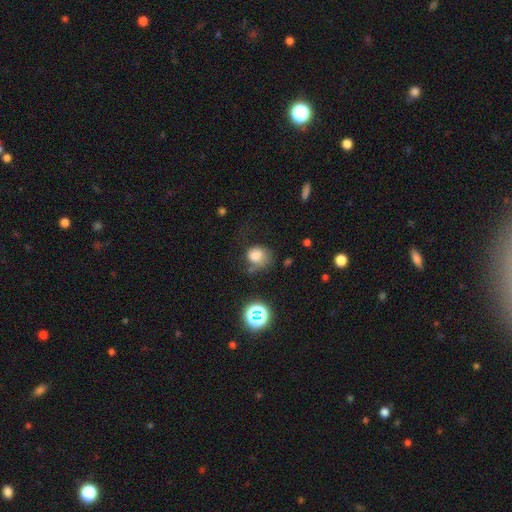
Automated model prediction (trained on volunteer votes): Morphology: type=smooth (74%); roundness=round (68%); merging=none (39%).